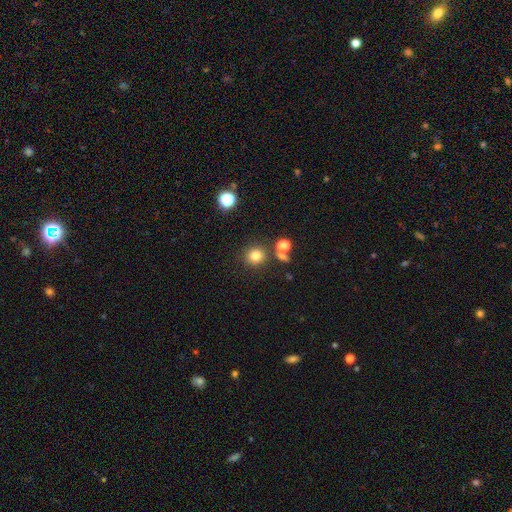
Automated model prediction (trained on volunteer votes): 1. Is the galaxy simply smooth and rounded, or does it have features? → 79% smooth, 15% star or artifact, 7% featured or disk.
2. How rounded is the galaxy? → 88% round, 11% in between, 1% cigar-shaped.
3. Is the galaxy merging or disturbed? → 79% none, 9% minor disturbance, 9% merger, 4% major disturbance.